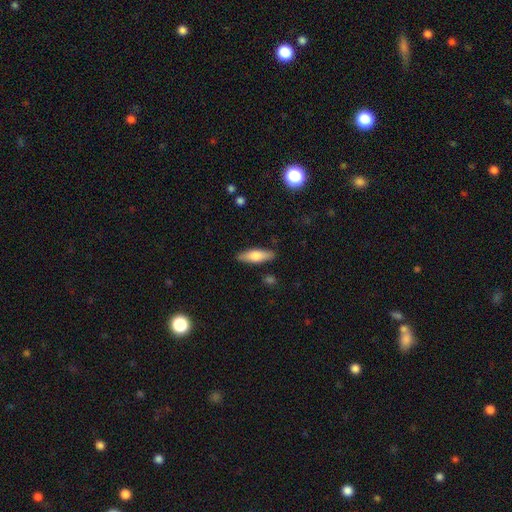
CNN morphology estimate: This is likely a smooth galaxy (68%). How rounded: possibly cigar-shaped (49%, tied with in between). Merging: clearly none (88%).